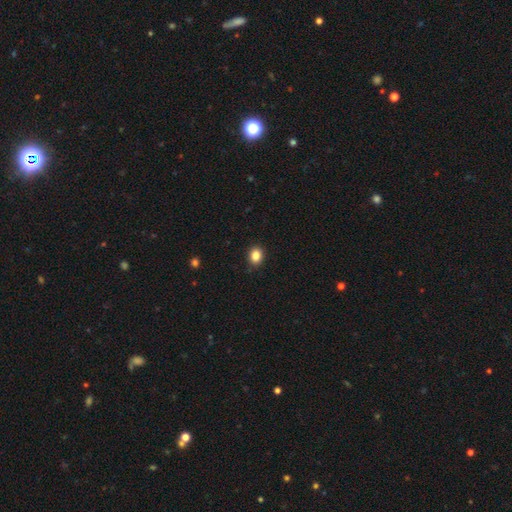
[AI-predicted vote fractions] Overall: smooth (85%). How rounded: round (56%; in between 43%). Merging: none (86%).